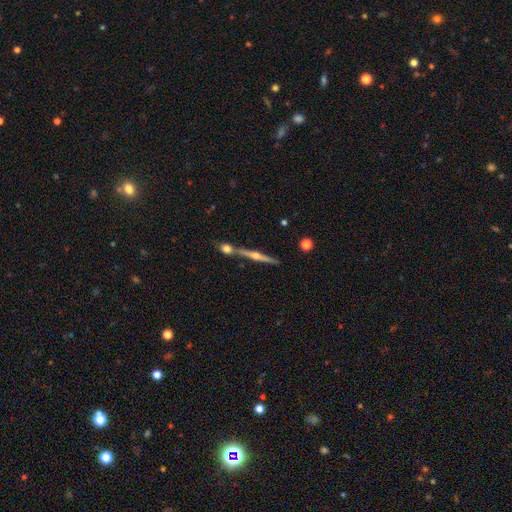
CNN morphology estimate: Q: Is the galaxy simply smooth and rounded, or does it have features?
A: featured or disk — 79%.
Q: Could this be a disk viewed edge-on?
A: yes — 98%.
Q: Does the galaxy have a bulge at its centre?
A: rounded — 91%.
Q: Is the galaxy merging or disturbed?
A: none — 74%.